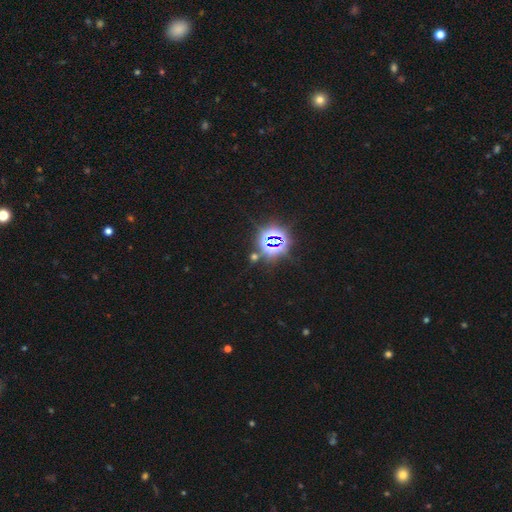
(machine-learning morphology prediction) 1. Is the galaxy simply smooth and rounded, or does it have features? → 80% star or artifact, 13% smooth, 8% featured or disk.